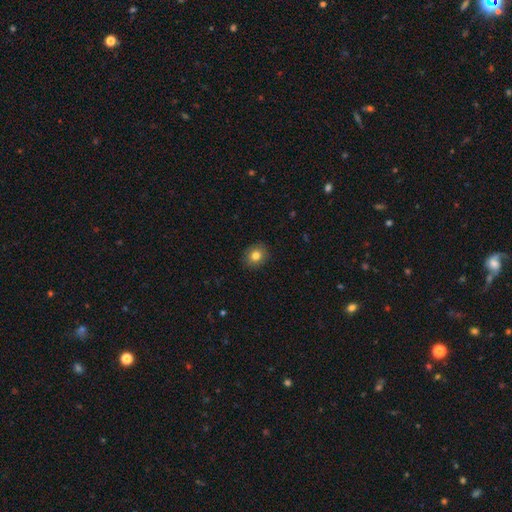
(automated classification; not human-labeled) Smooth or featured? Predicted: smooth (p=0.81). How rounded? Predicted: round (p=0.69). Merging? Predicted: none (p=0.90).